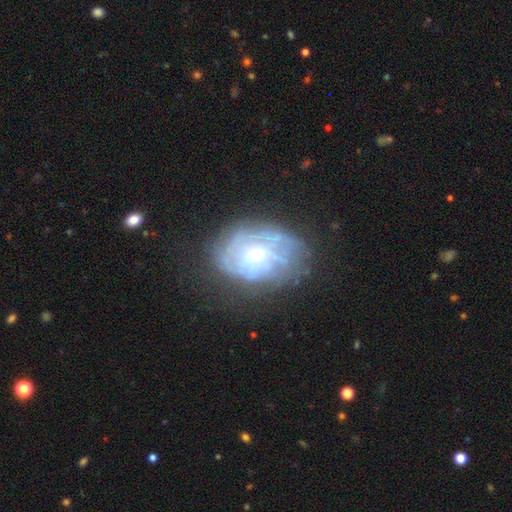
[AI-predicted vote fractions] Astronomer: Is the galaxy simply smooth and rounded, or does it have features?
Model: featured or disk — 71%.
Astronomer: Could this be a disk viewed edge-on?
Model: no — 96%.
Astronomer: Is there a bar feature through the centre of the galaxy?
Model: no — 72%.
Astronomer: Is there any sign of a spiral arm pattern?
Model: yes — 66%.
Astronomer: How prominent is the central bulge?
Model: small — 60%.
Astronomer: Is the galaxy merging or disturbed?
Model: none — 58%.